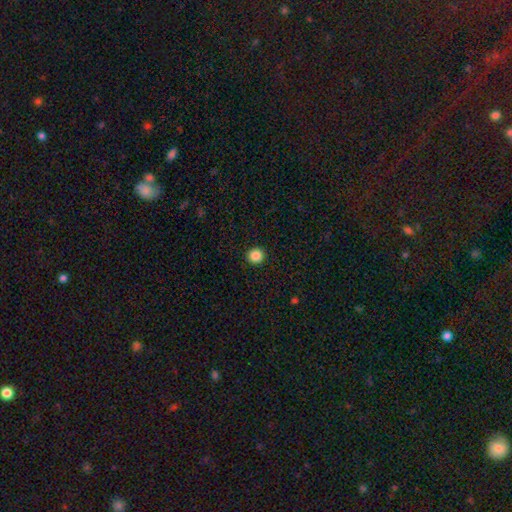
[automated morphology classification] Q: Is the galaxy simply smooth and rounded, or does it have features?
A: smooth — 87%.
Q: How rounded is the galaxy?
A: round — 95%.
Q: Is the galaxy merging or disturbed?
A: none — 94%.